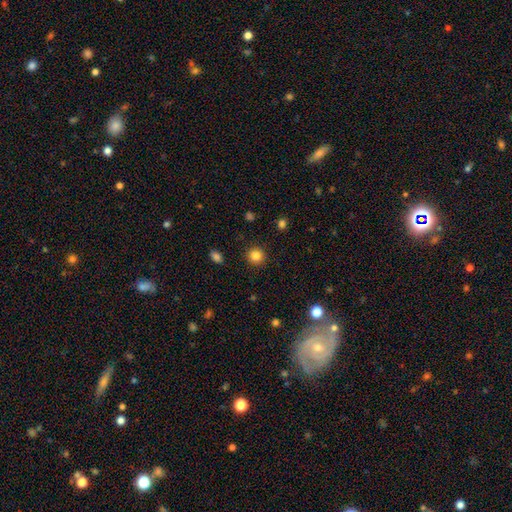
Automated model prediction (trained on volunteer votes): Smooth or featured? smooth (84%)
How rounded? round (93%)
Merging? none (91%)